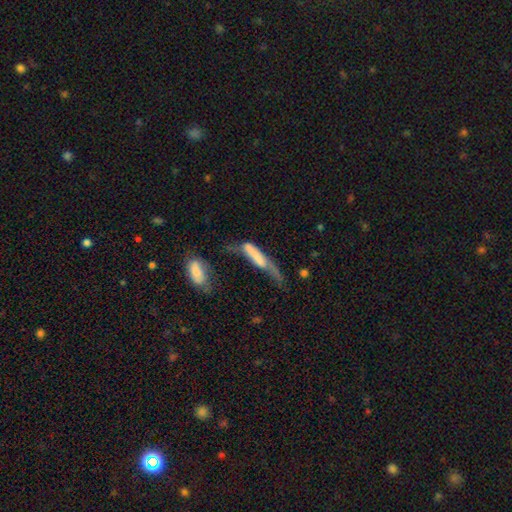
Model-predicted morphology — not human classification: smooth-or-featured: smooth: 56% | featured or disk: 35% | star or artifact: 9%
  how-rounded: cigar-shaped: 77% | in between: 20% | round: 3%
  merging: major disturbance: 41% | minor disturbance: 21% | none: 20% | merger: 18%